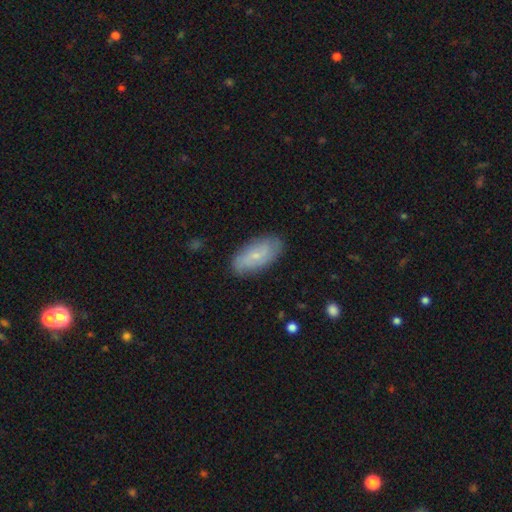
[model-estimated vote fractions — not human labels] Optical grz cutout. It shows a smooth galaxy with no disk features (54%) that is in between round and cigar-shaped (88%). Merging: none (82%).